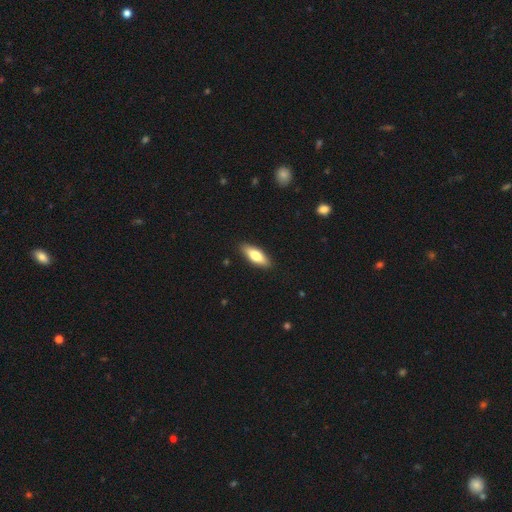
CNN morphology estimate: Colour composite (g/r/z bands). It shows a smooth galaxy with no disk features (70%) that is in between round and cigar-shaped (64%). Merging: none (89%).